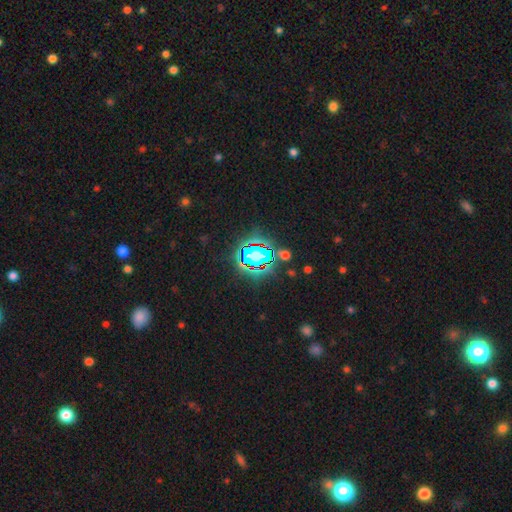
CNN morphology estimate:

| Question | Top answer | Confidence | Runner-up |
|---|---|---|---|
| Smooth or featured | star or artifact | 64% | smooth (24%) |